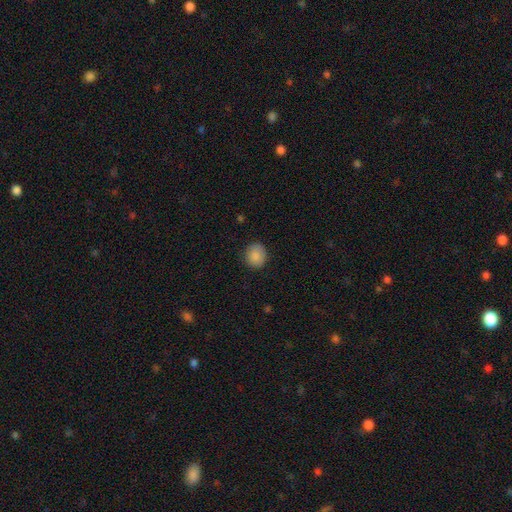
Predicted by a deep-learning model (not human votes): Smooth or featured? Predicted: smooth (p=0.87). How rounded? Predicted: round (p=0.76). Merging? Predicted: none (p=0.86).